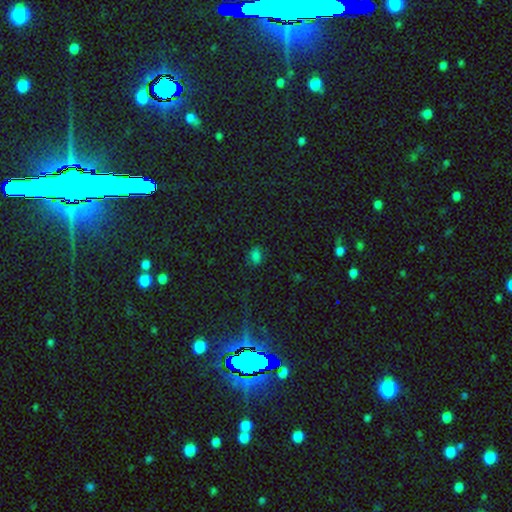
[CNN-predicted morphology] Overall: smooth (71%). How rounded: in between (80%). Merging: none (79%).